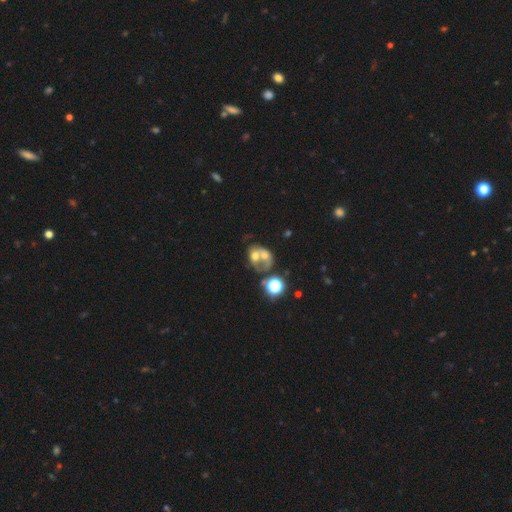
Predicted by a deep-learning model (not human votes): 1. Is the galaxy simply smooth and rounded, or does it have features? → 43% smooth (tied), 43% featured or disk (tied), 14% star or artifact.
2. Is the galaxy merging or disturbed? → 71% merger, 12% none, 11% major disturbance, 6% minor disturbance.